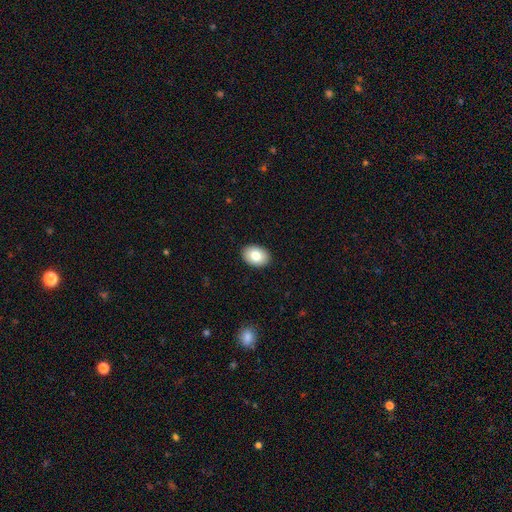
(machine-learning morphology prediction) A smooth galaxy with no disk features (82%) that is in between round and cigar-shaped (77%). Merging: none (91%).